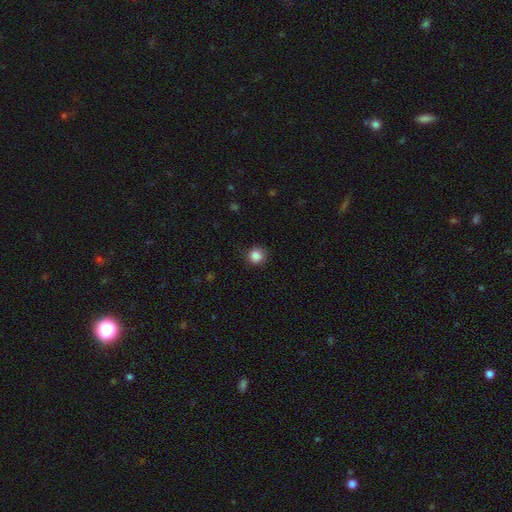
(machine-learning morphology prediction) smooth 86%, star or artifact 10%, featured or disk 3%. Down the decision tree: how rounded — round (92%); merging — none (88%).